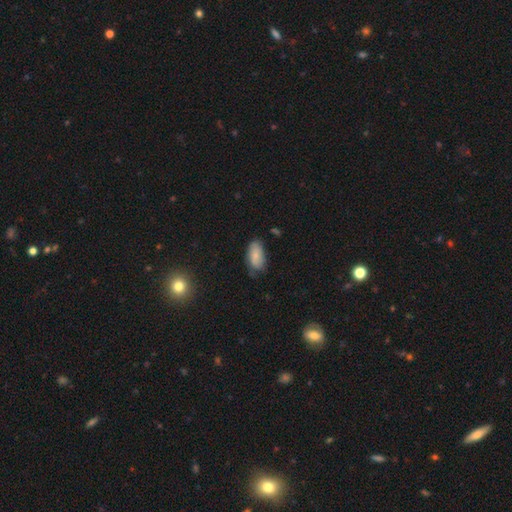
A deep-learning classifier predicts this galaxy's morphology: A smooth galaxy with no disk features (79%) that is in between round and cigar-shaped (93%).

Vote fractions:
- Smooth or featured? smooth: 79% / featured or disk: 14% / star or artifact: 7%
- How rounded? in between: 93% / cigar-shaped: 4% / round: 3%
- Merging? none: 62% / minor disturbance: 30% / major disturbance: 6% / merger: 2%